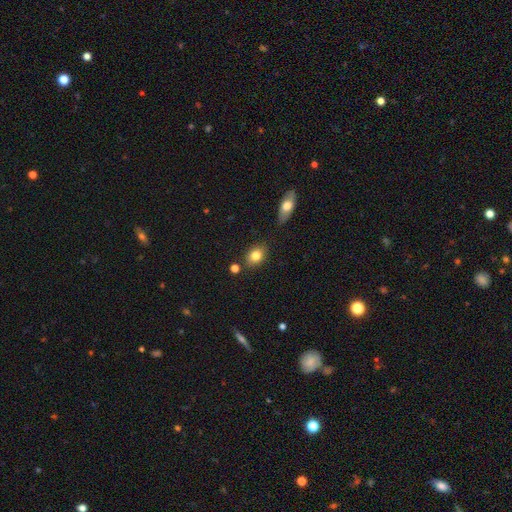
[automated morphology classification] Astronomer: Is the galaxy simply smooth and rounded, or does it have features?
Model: smooth — 80%.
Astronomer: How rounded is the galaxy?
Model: in between — 62%.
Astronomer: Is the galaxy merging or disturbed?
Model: none — 80%.